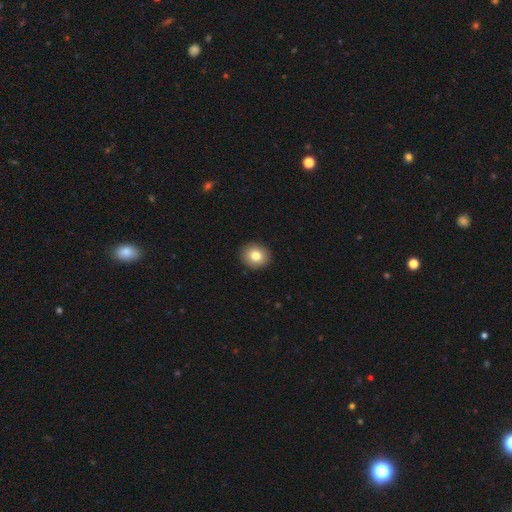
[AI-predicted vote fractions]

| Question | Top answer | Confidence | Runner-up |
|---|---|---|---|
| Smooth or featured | smooth | 81% | featured or disk (10%) |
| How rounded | round | 79% | in between (20%) |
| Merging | none | 92% | minor disturbance (5%) |